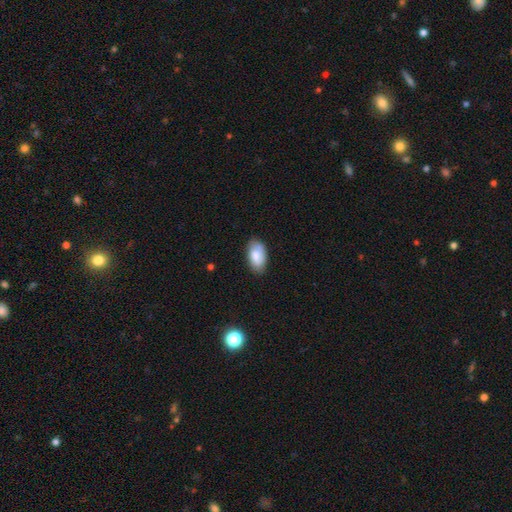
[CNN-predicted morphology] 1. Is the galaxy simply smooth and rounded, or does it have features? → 71% smooth, 22% featured or disk, 7% star or artifact.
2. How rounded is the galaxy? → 94% in between, 4% round, 2% cigar-shaped.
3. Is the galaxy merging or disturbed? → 77% none, 18% minor disturbance, 3% major disturbance, 1% merger.